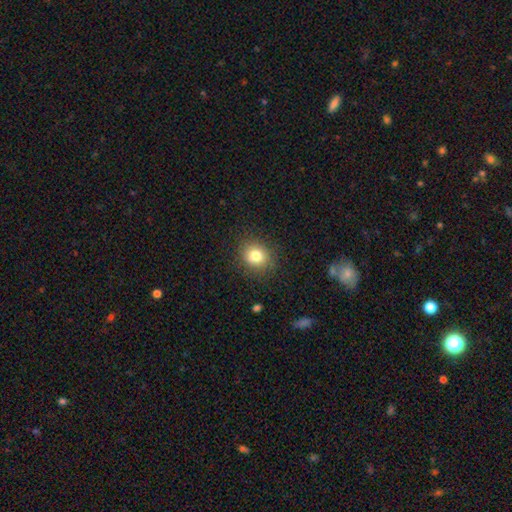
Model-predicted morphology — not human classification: smooth-or-featured: smooth: 80% | star or artifact: 11% | featured or disk: 8%
  how-rounded: round: 72% | in between: 28% | cigar-shaped: 1%
  merging: none: 86% | minor disturbance: 10% | major disturbance: 3% | merger: 1%